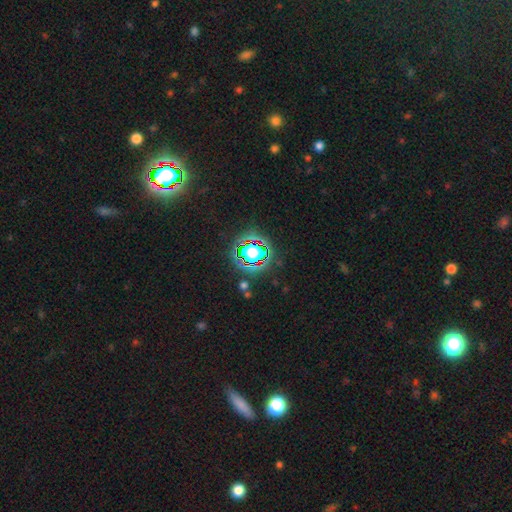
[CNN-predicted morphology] This appears to be a star or artifact, not a galaxy (62%).